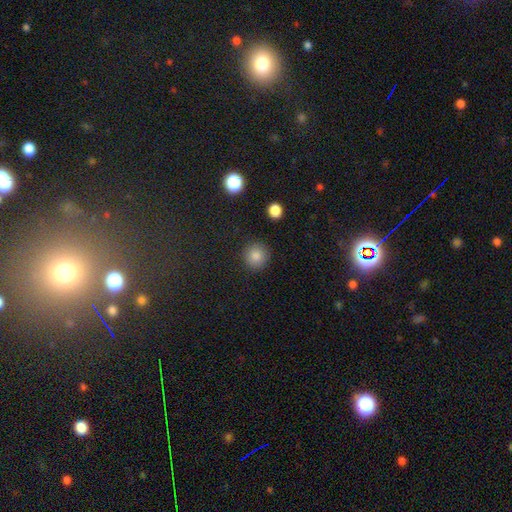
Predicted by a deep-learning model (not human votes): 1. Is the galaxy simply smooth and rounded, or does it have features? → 85% smooth, 10% star or artifact, 5% featured or disk.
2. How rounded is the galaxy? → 93% round, 6% in between, 1% cigar-shaped.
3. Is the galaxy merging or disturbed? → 90% none, 6% minor disturbance, 2% major disturbance, 1% merger.